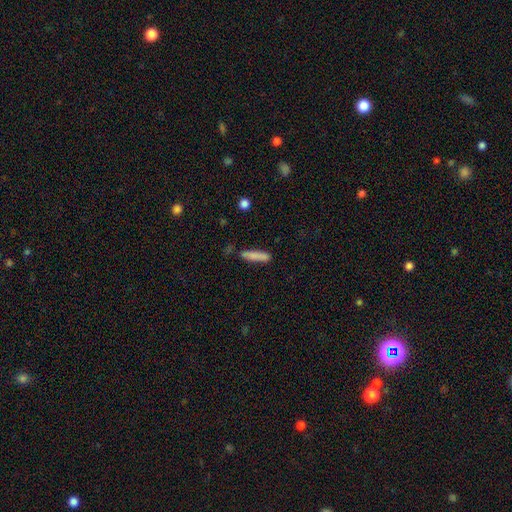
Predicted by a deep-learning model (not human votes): Smooth or featured? smooth (83%)
How rounded? cigar-shaped (82%)
Merging? none (78%)